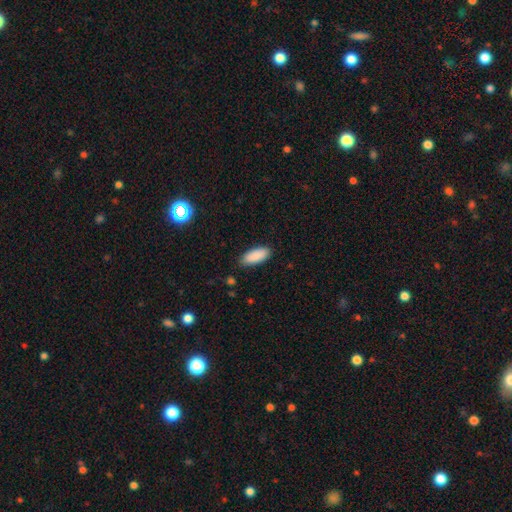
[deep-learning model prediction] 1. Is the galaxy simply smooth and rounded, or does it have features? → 90% smooth, 6% star or artifact, 4% featured or disk.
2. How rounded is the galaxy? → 83% in between, 15% cigar-shaped, 2% round.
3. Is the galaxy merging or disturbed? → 86% none, 11% minor disturbance, 2% major disturbance, 1% merger.